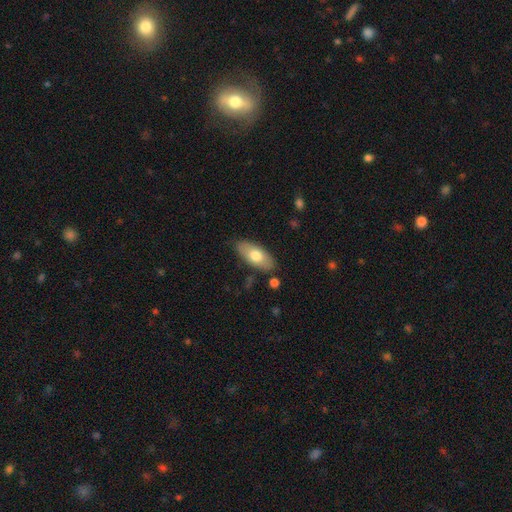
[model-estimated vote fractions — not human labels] Morphology: type=smooth (72%); roundness=in between (89%); merging=none (82%).